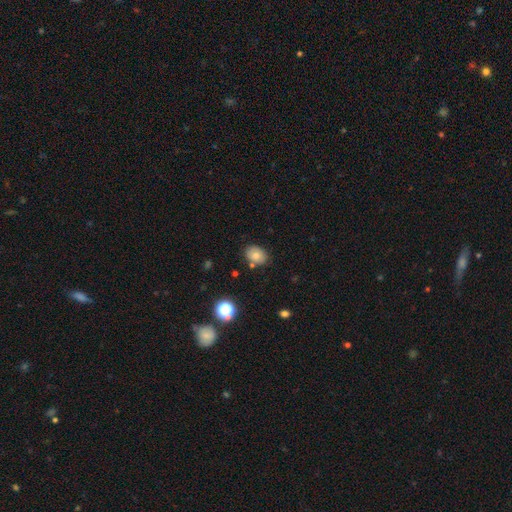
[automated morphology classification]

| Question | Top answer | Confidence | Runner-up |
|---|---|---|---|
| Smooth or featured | smooth | 74% | featured or disk (14%) |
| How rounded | in between | 61% | round (39%) |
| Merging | none | 80% | minor disturbance (13%) |